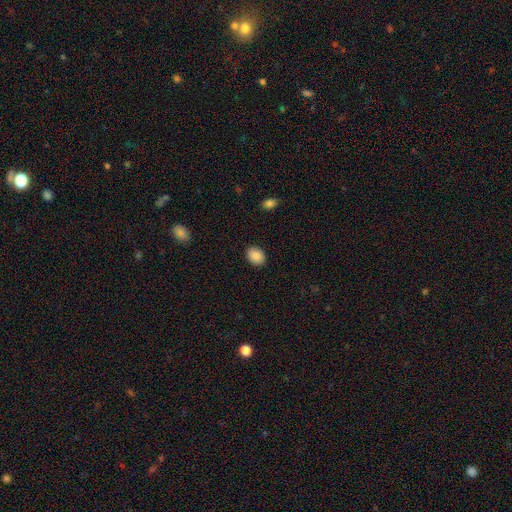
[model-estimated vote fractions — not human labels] Overall: smooth (89%). How rounded: in between (61%; round 38%). Merging: none (90%).